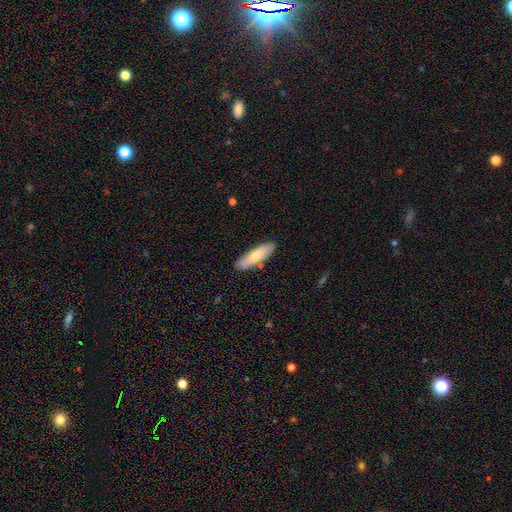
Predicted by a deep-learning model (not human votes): smooth 68%, featured or disk 26%, star or artifact 6%. Down the decision tree: how rounded — cigar-shaped (53%); merging — none (86%).